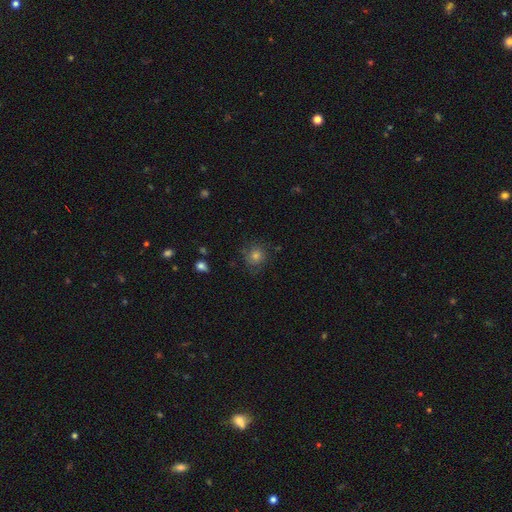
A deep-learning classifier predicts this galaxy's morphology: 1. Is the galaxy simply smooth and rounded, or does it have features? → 63% smooth, 19% star or artifact, 18% featured or disk.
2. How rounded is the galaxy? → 87% round, 12% in between, 1% cigar-shaped.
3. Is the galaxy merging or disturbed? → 75% none, 16% minor disturbance, 7% major disturbance, 2% merger.